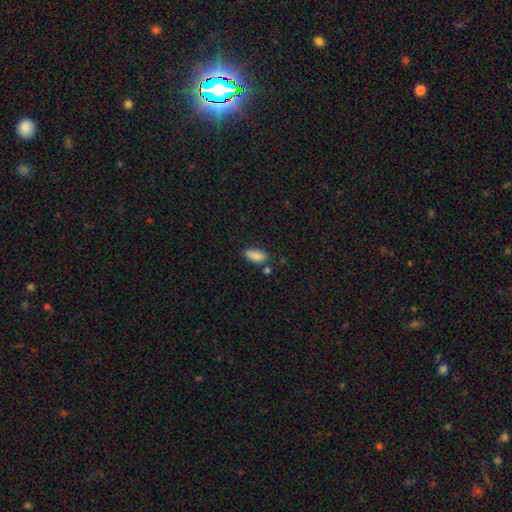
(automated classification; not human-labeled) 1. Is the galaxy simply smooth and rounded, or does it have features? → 87% smooth, 8% star or artifact, 6% featured or disk.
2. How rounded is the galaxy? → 86% in between, 11% cigar-shaped, 2% round.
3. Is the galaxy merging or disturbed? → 71% none, 19% minor disturbance, 7% merger, 4% major disturbance.